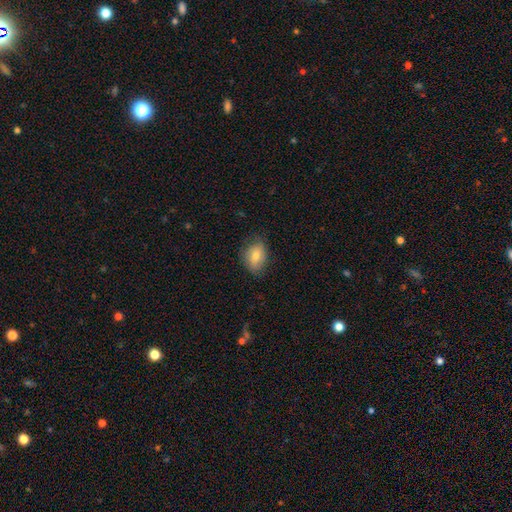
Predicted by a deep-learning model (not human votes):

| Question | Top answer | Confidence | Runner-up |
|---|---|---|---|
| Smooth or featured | smooth | 75% | featured or disk (17%) |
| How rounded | in between | 76% | round (23%) |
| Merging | none | 74% | minor disturbance (21%) |